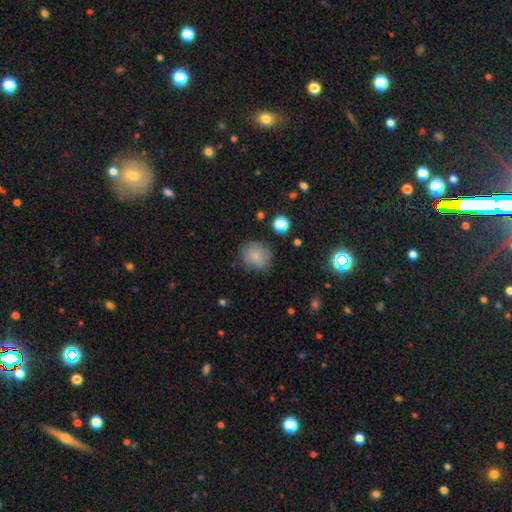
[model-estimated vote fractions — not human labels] Smooth or featured: smooth — 80% (featured or disk — 10%)
How rounded: round — 81% (in between — 18%)
Merging: none — 77% (minor disturbance — 16%)